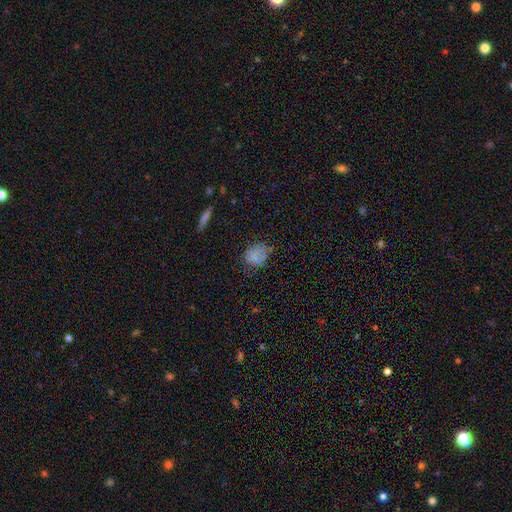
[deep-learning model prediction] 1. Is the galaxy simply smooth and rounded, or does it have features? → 75% smooth, 14% star or artifact, 11% featured or disk.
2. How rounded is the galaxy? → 51% in between, 48% round, 1% cigar-shaped.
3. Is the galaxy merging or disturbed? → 56% none, 30% minor disturbance, 12% major disturbance, 2% merger.